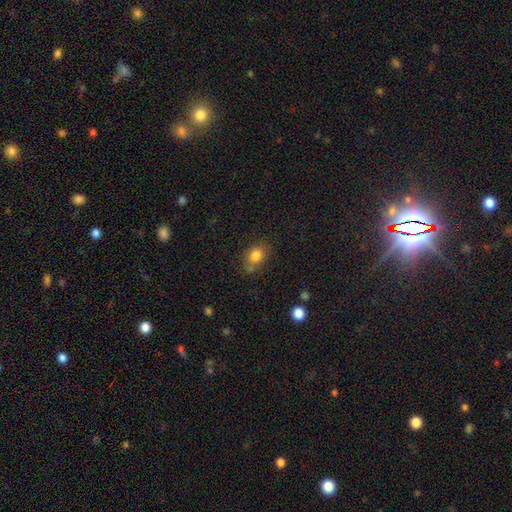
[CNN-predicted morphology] A smooth galaxy with no disk features (81%) that is in between round and cigar-shaped (58%). Merging: none (64%).